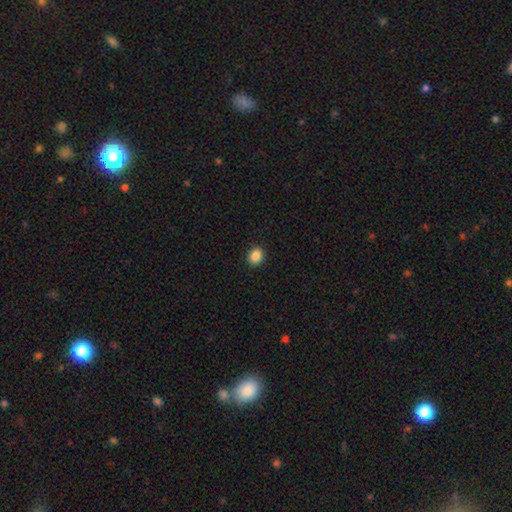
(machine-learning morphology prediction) A smooth galaxy with no disk features (87%) that is round (59%). Merging: none (91%).